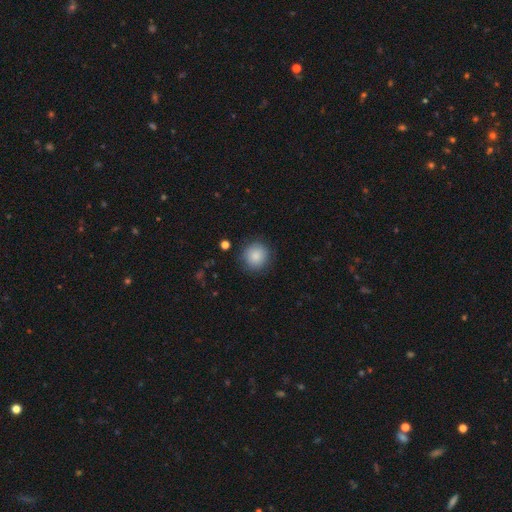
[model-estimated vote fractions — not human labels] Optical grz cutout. It shows a smooth galaxy with no disk features (87%) that is round (91%). Merging: none (85%).